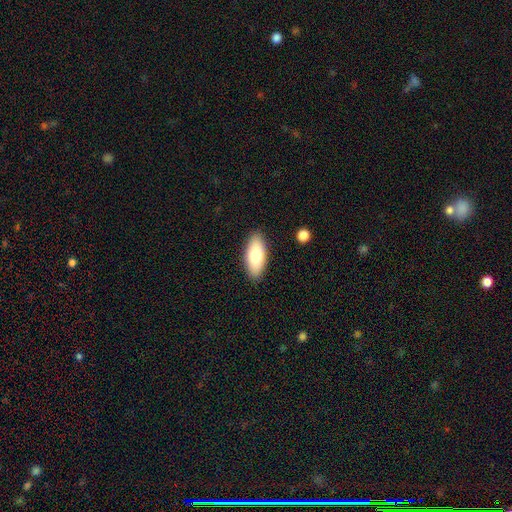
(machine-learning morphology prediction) A smooth galaxy with no disk features (78%) that is in between round and cigar-shaped (84%).

Vote fractions:
- Smooth or featured? smooth: 78% / featured or disk: 16% / star or artifact: 6%
- How rounded? in between: 84% / cigar-shaped: 14% / round: 2%
- Merging? none: 88% / minor disturbance: 9% / major disturbance: 2% / merger: 1%